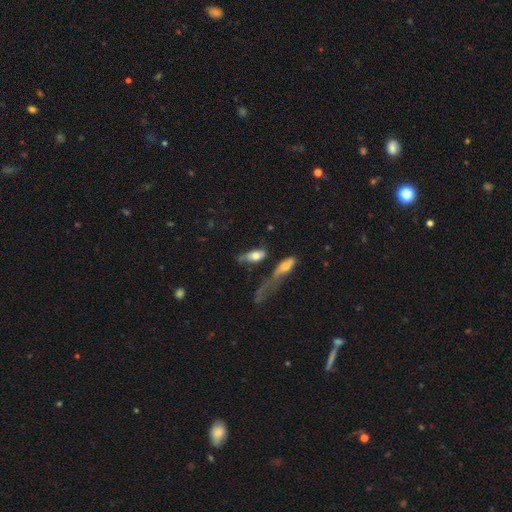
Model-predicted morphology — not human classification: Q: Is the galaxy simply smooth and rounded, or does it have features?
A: smooth — 63%.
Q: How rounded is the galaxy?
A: in between — 82%.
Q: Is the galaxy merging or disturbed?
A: major disturbance — 28%, tied with none.